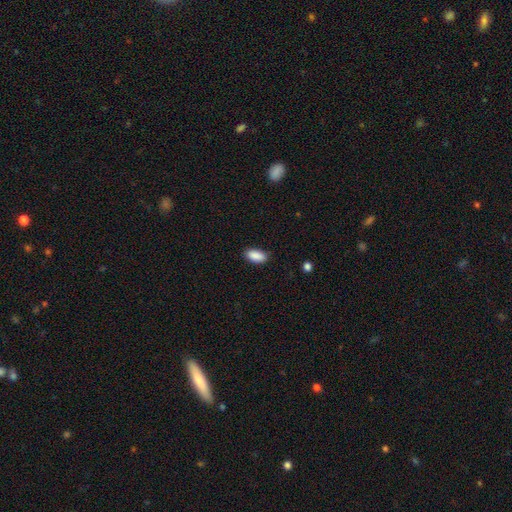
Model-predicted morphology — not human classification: Smooth or featured? Predicted: smooth (p=0.90). How rounded? Predicted: in between (p=0.93). Merging? Predicted: none (p=0.87).